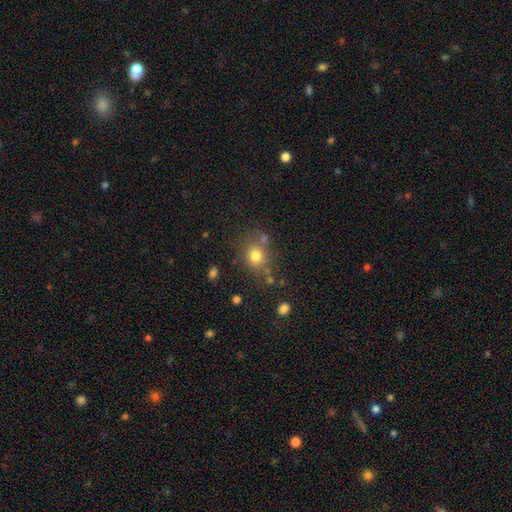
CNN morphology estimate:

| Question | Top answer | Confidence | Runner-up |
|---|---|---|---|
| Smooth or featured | smooth | 76% | star or artifact (15%) |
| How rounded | round | 73% | in between (26%) |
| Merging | none | 71% | minor disturbance (13%) |